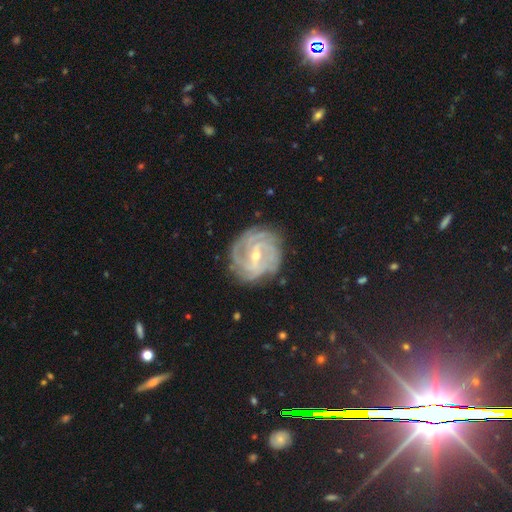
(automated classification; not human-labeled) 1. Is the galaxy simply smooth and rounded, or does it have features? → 87% featured or disk, 7% star or artifact, 6% smooth.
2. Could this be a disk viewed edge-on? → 97% no, 3% yes.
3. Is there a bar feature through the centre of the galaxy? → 49% weak, 27% strong, 24% no.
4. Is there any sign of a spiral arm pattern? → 97% yes, 3% no.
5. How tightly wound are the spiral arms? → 72% tight, 23% medium, 5% loose.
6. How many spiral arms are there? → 24% can't tell, 22% 4, 22% 3, 14% 2, 10% more than 4, 7% 1.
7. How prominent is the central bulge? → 58% small, 39% moderate, 1% large, 1% none, 1% dominant.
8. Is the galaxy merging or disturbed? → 80% none, 14% minor disturbance, 5% major disturbance, 1% merger.